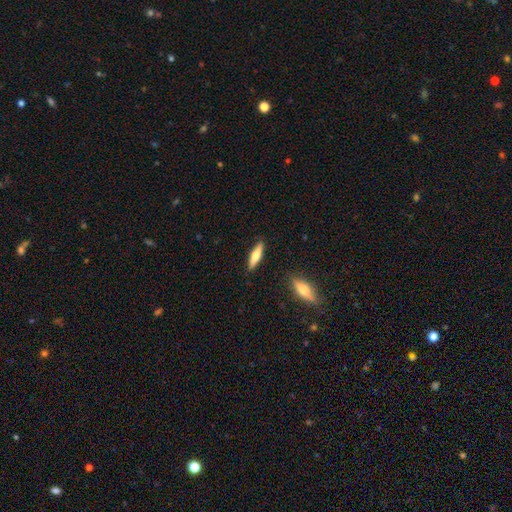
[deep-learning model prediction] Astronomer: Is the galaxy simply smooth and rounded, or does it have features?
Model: smooth — 63%.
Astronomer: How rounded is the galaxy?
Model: cigar-shaped — 72%.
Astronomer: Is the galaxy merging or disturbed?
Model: none — 88%.